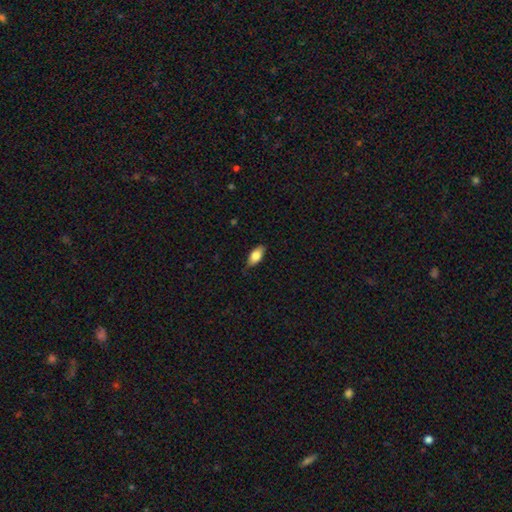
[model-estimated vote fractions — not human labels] This is clearly a smooth galaxy (80%). How rounded: clearly in between (87%). Merging: clearly none (82%).